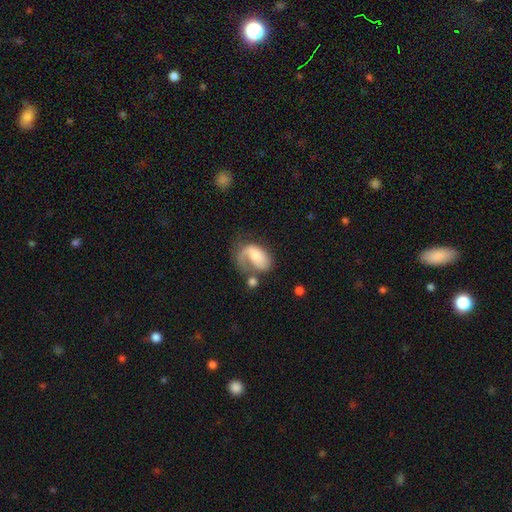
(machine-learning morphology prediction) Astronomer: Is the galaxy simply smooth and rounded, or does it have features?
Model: featured or disk — 52% (runner-up: smooth, 41%).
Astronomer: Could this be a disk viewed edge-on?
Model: no — 97%.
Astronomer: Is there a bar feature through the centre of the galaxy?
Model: no — 67%.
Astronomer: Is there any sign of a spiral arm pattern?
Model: yes — 79%.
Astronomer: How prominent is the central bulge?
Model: moderate — 41% (runner-up: small, 33%).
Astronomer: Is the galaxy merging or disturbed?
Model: major disturbance — 41% (runner-up: none, 27%).